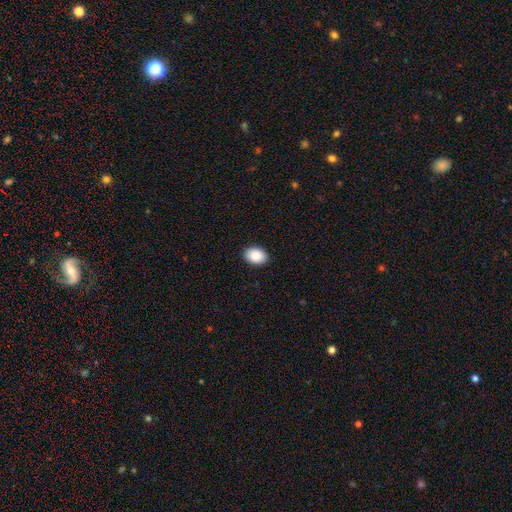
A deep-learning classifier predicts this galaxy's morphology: A smooth galaxy with no disk features (88%) that is in between round and cigar-shaped (77%). Merging: none (91%).